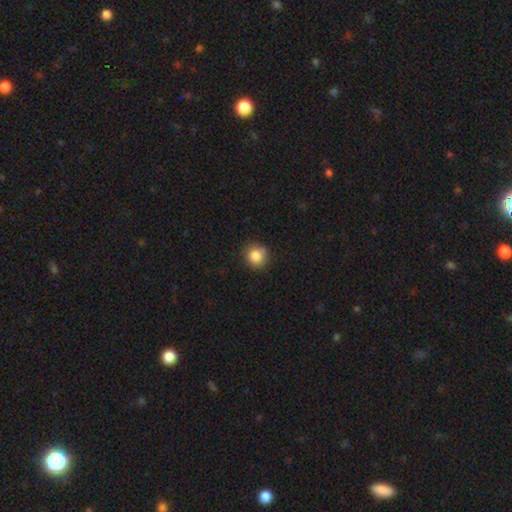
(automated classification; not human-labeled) smooth_or_featured: smooth (p=0.85) [alt: star or artifact p=0.10]
how_rounded: round (p=0.90) [alt: in between p=0.09]
merging: none (p=0.84) [alt: minor disturbance p=0.13]